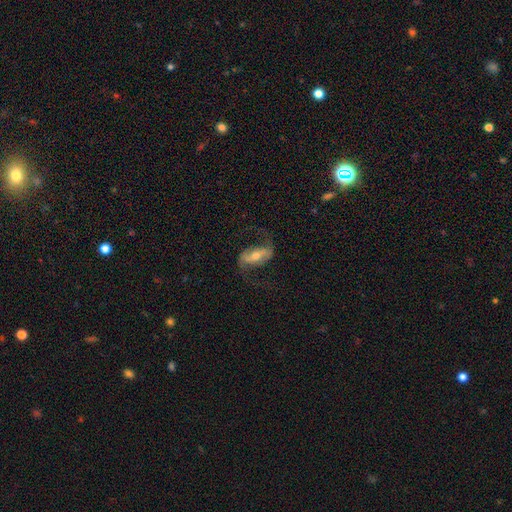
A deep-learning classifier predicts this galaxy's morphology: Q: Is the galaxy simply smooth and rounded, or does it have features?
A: featured or disk — 82%.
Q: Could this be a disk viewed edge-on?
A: no — 93%.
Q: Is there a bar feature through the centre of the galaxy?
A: strong — 53%.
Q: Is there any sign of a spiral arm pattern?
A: yes — 91%.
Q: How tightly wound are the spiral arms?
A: loose — 58%.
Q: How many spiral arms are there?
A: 2 — 92%.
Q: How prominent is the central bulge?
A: moderate — 56%.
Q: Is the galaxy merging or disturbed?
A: none — 71%.